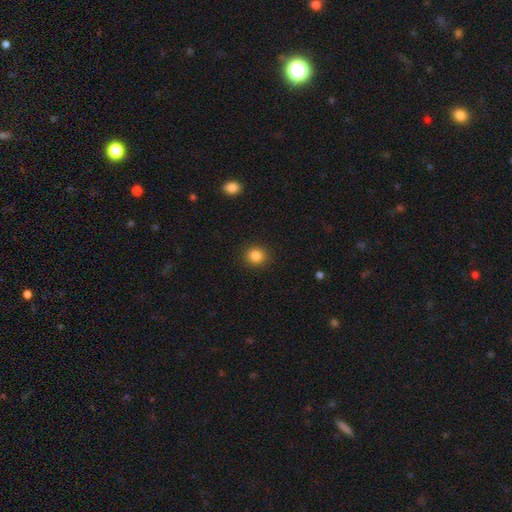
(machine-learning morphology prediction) A smooth galaxy with no disk features (86%) that is round (85%).

Vote fractions:
- Smooth or featured? smooth: 86% / star or artifact: 10% / featured or disk: 4%
- How rounded? round: 85% / in between: 14% / cigar-shaped: 1%
- Merging? none: 91% / minor disturbance: 6% / major disturbance: 2% / merger: 1%